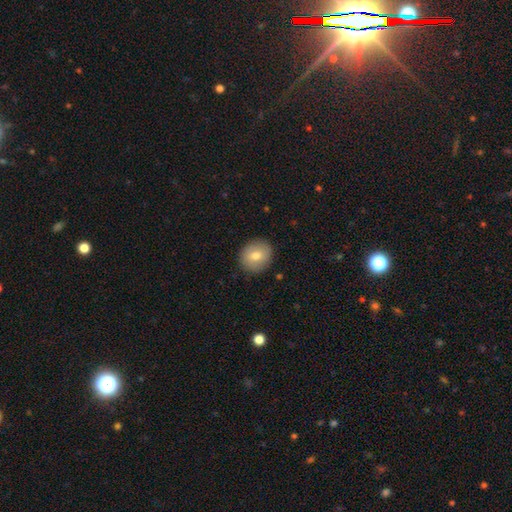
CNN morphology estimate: The model was most divided on "smooth or featured": smooth: 73%, featured or disk: 19%, star or artifact: 8%. More confident: merging — none (88%); how rounded — round (77%).